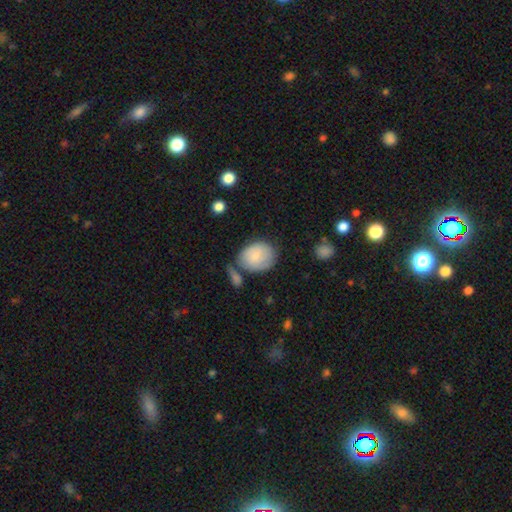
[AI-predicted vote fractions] Q: Smooth or featured?
A: smooth (76%); runner-up: featured or disk (18%)
Q: How rounded?
A: in between (56%); runner-up: round (43%)
Q: Merging?
A: none (53%); runner-up: minor disturbance (24%)